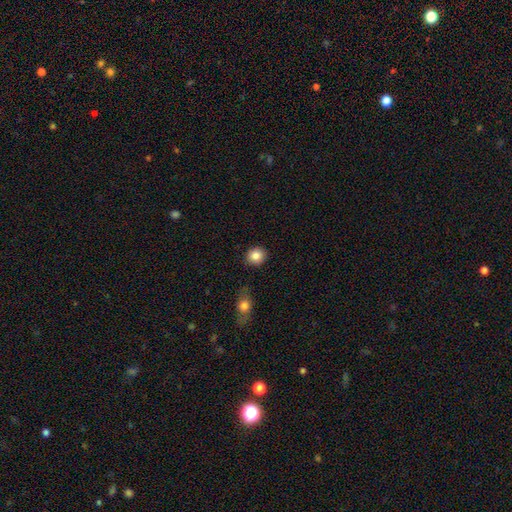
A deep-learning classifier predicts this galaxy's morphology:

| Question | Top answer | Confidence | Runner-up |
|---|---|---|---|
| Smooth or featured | smooth | 86% | star or artifact (9%) |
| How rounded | round | 82% | in between (17%) |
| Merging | none | 88% | minor disturbance (7%) |